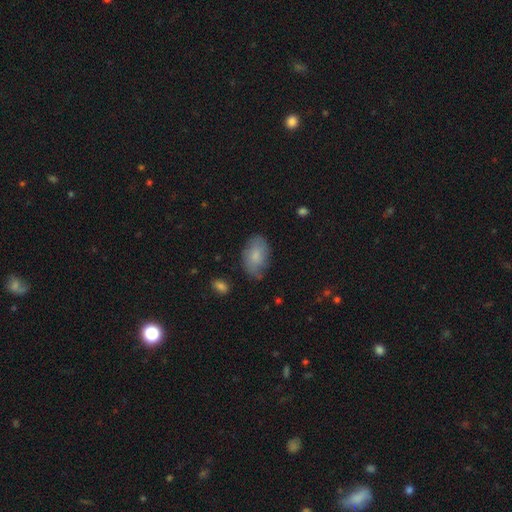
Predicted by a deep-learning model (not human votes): Smooth or featured?
  - smooth: 74% *
  - featured or disk: 19%
  - star or artifact: 7%
How rounded?
  - in between: 91% *
  - round: 7%
  - cigar-shaped: 2%
Merging?
  - none: 70% *
  - minor disturbance: 23%
  - major disturbance: 5%
  - merger: 2%